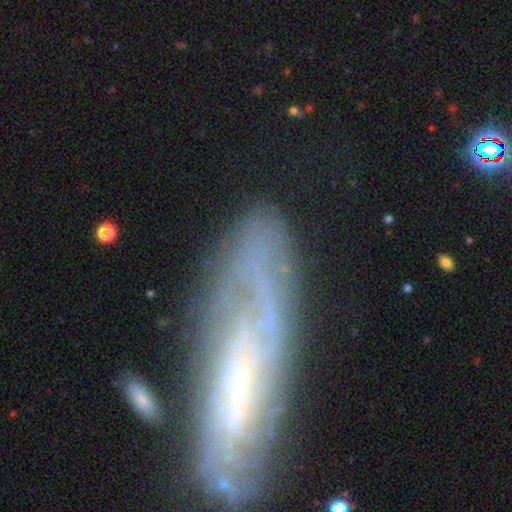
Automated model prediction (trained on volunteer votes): featured or disk 74%, smooth 18%, star or artifact 9%. Down the decision tree: edge-on disk — no (75%); bar — no (47%); spiral arms — yes (82%); bulge size — small (61%); merging — none (65%).